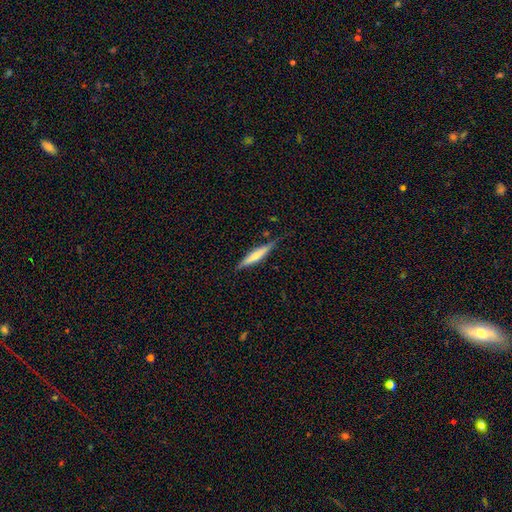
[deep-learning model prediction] Q: Smooth or featured?
A: smooth (51%); runner-up: featured or disk (43%)
Q: How rounded?
A: cigar-shaped (87%); runner-up: in between (11%)
Q: Merging?
A: none (77%); runner-up: minor disturbance (17%)